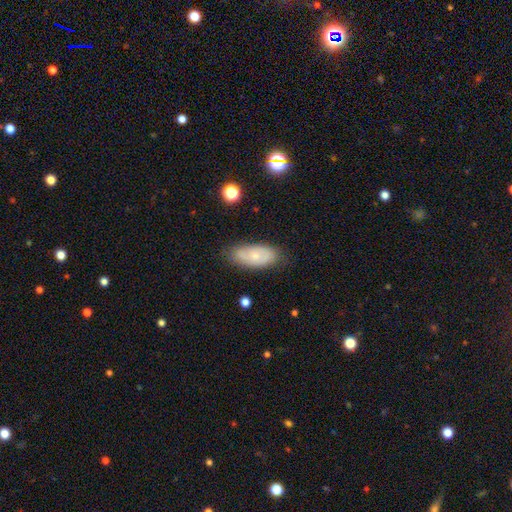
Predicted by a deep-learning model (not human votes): smooth_or_featured: smooth (p=0.57) [alt: featured or disk p=0.35]
how_rounded: in between (p=0.88) [alt: cigar-shaped p=0.09]
merging: none (p=0.76) [alt: minor disturbance p=0.19]